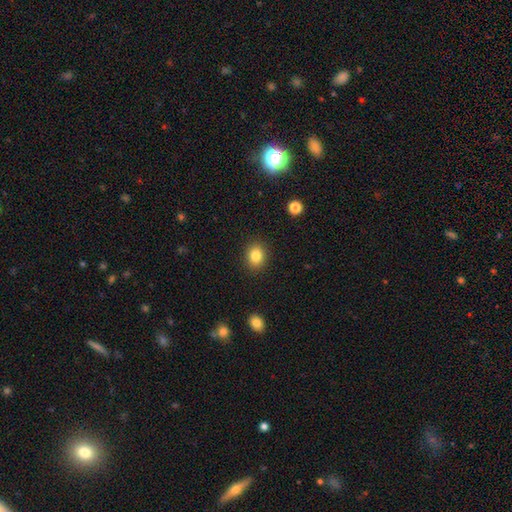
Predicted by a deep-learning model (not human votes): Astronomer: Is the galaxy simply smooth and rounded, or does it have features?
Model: smooth — 84%.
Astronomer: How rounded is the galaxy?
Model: round — 57% (runner-up: in between, 42%).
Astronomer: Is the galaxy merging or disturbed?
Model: none — 89%.